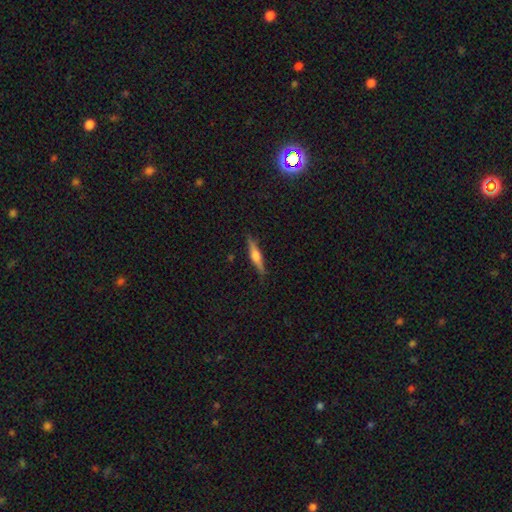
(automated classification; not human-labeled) Overall: featured or disk (55%; smooth 39%). Edge-on disk: yes (96%). Edge-on bulge: rounded (81%). Merging: none (87%).